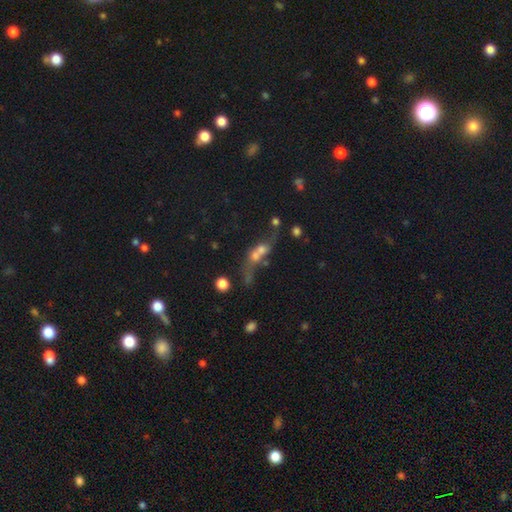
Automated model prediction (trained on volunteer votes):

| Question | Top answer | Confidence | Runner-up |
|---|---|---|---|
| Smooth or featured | smooth | 46% | featured or disk (36%) |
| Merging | merger | 58% | none (18%) |